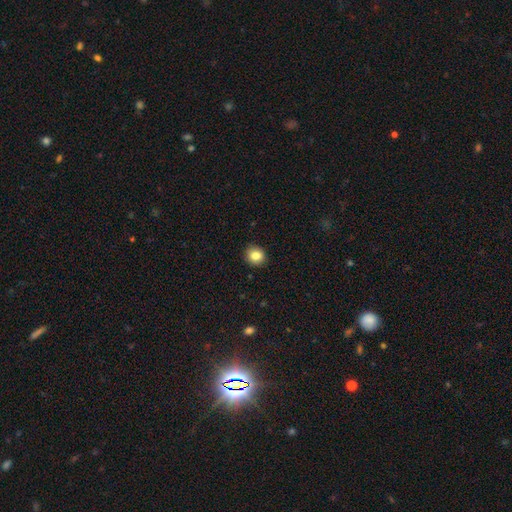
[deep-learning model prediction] smooth 84%, star or artifact 10%, featured or disk 6%. Down the decision tree: how rounded — round (80%); merging — none (90%).